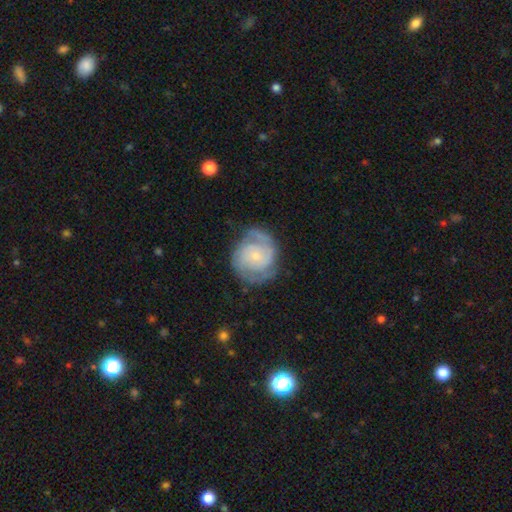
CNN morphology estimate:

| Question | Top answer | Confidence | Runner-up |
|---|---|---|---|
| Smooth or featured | featured or disk | 81% | smooth (13%) |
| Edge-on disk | no | 98% | yes (2%) |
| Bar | no | 70% | weak (25%) |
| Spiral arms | yes | 95% | no (5%) |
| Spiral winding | tight | 53% | medium (37%) |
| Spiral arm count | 2 | 67% | can't tell (14%) |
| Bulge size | small | 75% | moderate (19%) |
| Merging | none | 73% | minor disturbance (17%) |